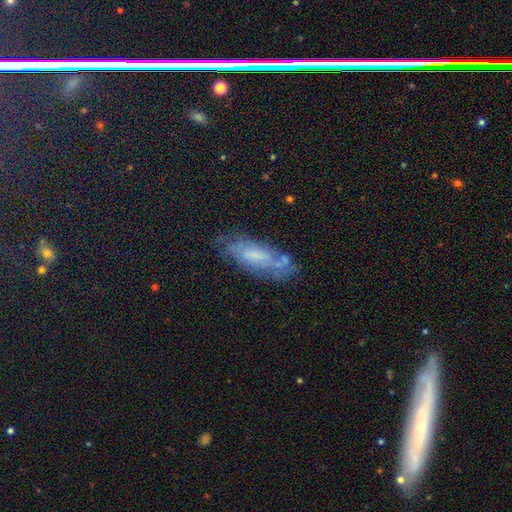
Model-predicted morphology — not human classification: type=featured or disk (54%); edge-on=no (77%); merging=none (65%).